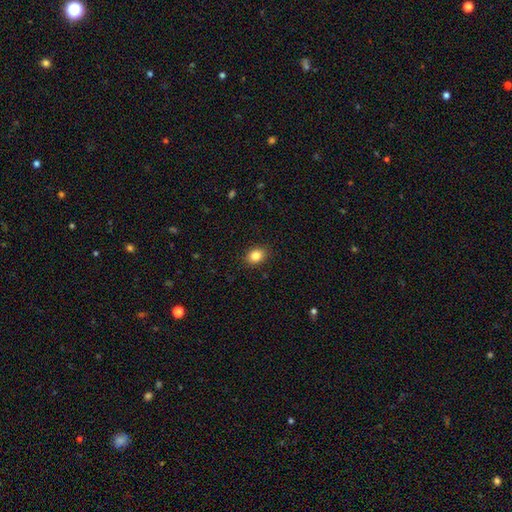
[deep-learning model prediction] smooth-or-featured: smooth: 84% | star or artifact: 10% | featured or disk: 6%
  how-rounded: in between: 53% | round: 46% | cigar-shaped: 1%
  merging: none: 89% | minor disturbance: 8% | major disturbance: 2% | merger: 1%